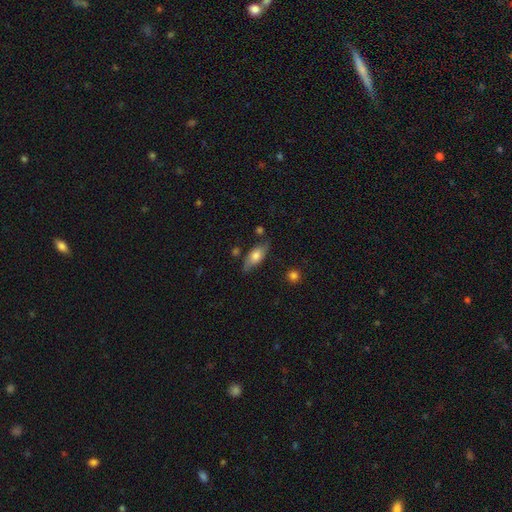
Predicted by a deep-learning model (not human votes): The model was most divided on "smooth or featured": smooth: 63%, featured or disk: 31%, star or artifact: 7%. More confident: how rounded — in between (78%); merging — none (71%).